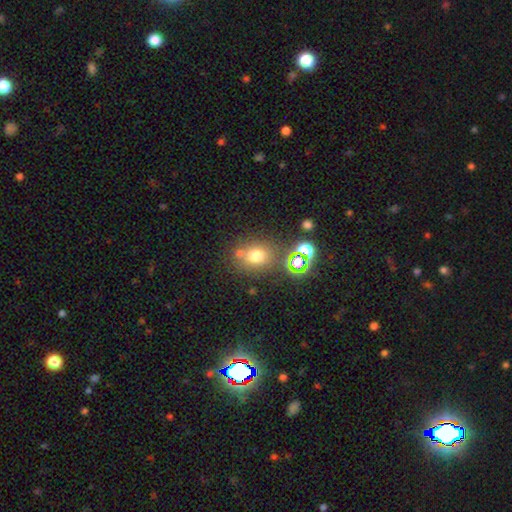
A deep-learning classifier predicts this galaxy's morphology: Smooth or featured?
  - smooth: 69% *
  - star or artifact: 20%
  - featured or disk: 10%
How rounded?
  - round: 58% *
  - in between: 41%
  - cigar-shaped: 1%
Merging?
  - none: 68% *
  - merger: 14%
  - minor disturbance: 13%
  - major disturbance: 6%